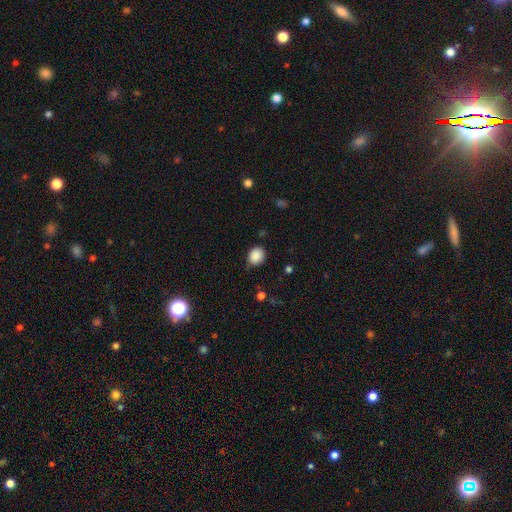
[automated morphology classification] smooth_or_featured: smooth (p=0.88) [alt: star or artifact p=0.09]
how_rounded: round (p=0.61) [alt: in between p=0.38]
merging: none (p=0.73) [alt: minor disturbance p=0.21]